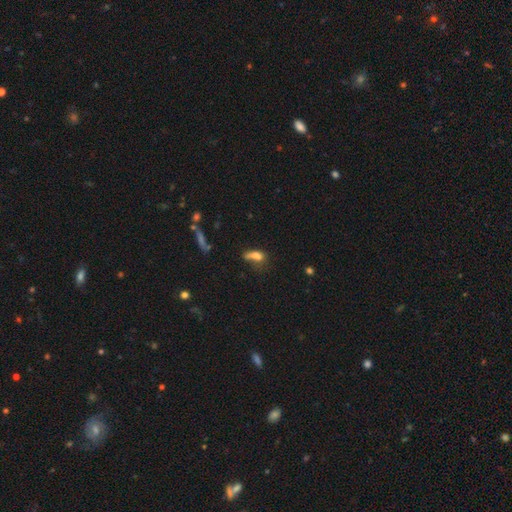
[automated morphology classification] smooth_or_featured: smooth (p=0.70) [alt: featured or disk p=0.17]
how_rounded: in between (p=0.69) [alt: cigar-shaped p=0.23]
merging: none (p=0.31) [alt: major disturbance p=0.25]